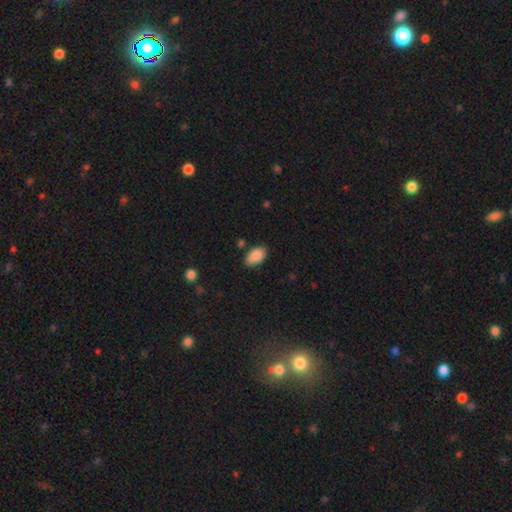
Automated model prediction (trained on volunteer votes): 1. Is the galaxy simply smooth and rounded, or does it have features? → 89% smooth, 7% star or artifact, 4% featured or disk.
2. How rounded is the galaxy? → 94% in between, 4% round, 2% cigar-shaped.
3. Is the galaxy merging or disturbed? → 83% none, 12% minor disturbance, 3% major disturbance, 2% merger.